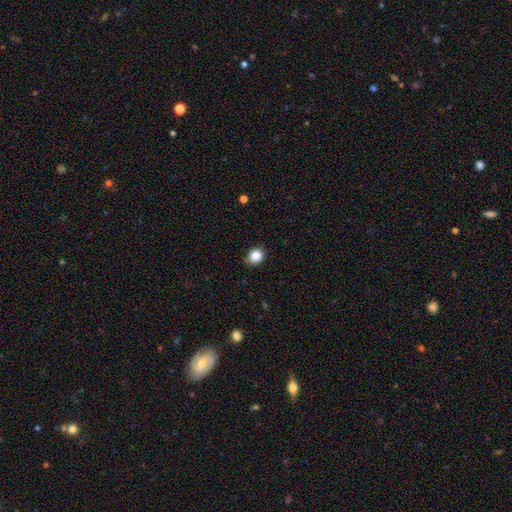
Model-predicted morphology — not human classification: A smooth galaxy with no disk features (86%) that is round (70%). Merging: none (80%).